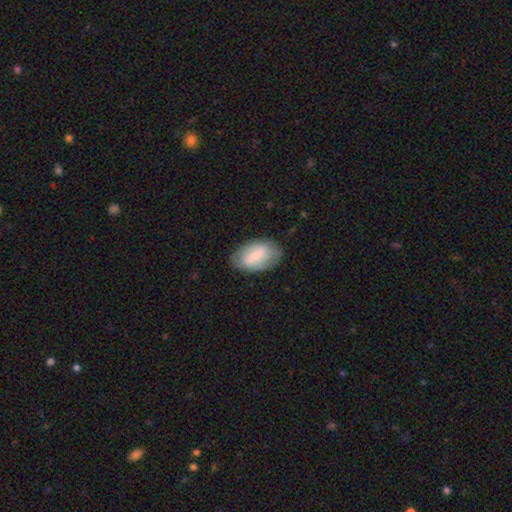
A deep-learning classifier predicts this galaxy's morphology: This appears to be a smooth galaxy with no disk features (56%) that is in between round and cigar-shaped (91%). Merging: none (79%).